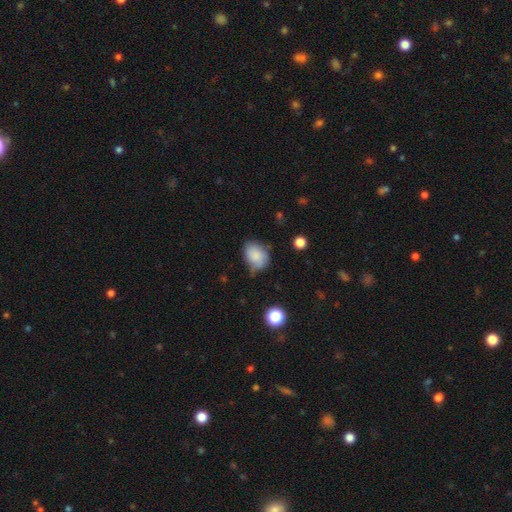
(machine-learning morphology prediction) Smooth or featured: smooth — 80% (featured or disk — 12%)
How rounded: in between — 66% (round — 33%)
Merging: none — 47% (minor disturbance — 37%)